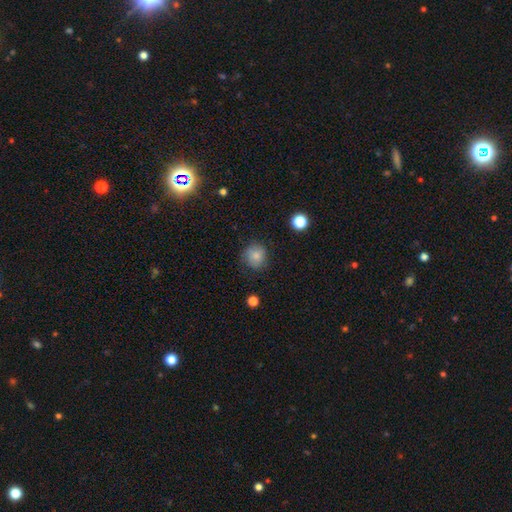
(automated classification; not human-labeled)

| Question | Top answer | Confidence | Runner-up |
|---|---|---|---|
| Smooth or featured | smooth | 81% | star or artifact (10%) |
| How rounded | round | 86% | in between (13%) |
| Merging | none | 80% | minor disturbance (15%) |